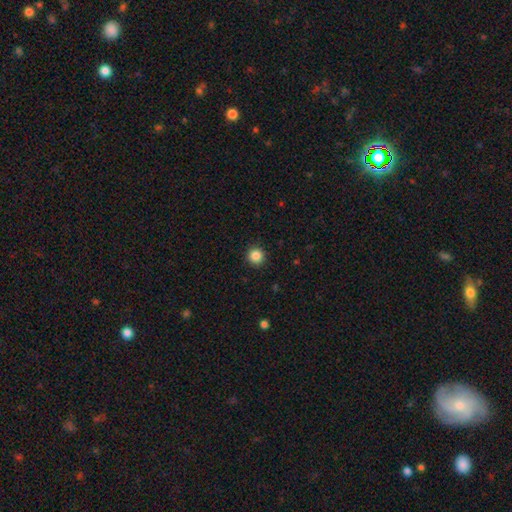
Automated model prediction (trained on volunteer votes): Morphology: type=smooth (86%); roundness=round (95%); merging=none (92%).